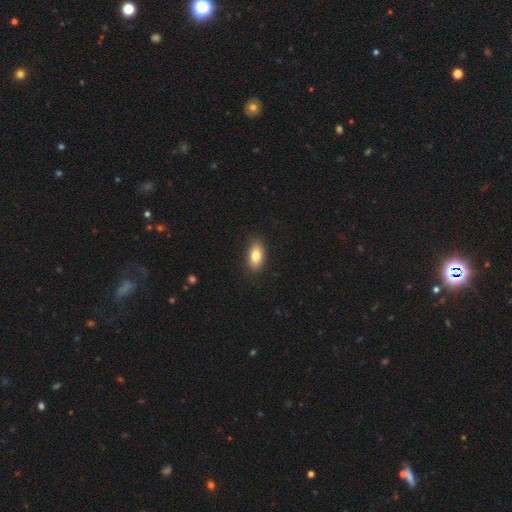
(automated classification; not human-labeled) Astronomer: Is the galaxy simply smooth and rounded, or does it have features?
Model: smooth — 80%.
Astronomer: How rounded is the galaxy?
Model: in between — 89%.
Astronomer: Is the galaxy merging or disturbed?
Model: none — 88%.